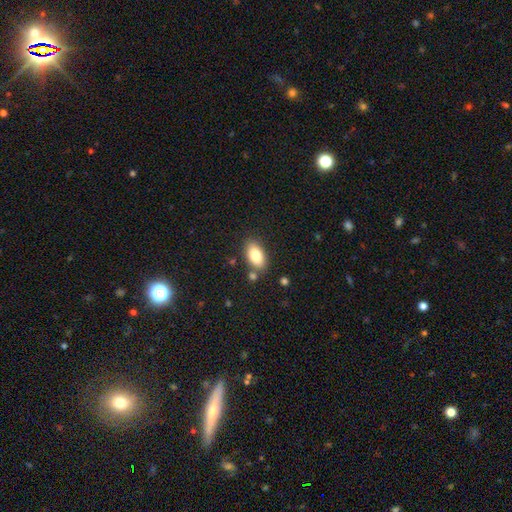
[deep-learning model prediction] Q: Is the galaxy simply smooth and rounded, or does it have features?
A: smooth — 80%.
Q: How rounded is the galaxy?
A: in between — 92%.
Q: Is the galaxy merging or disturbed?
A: none — 78%.